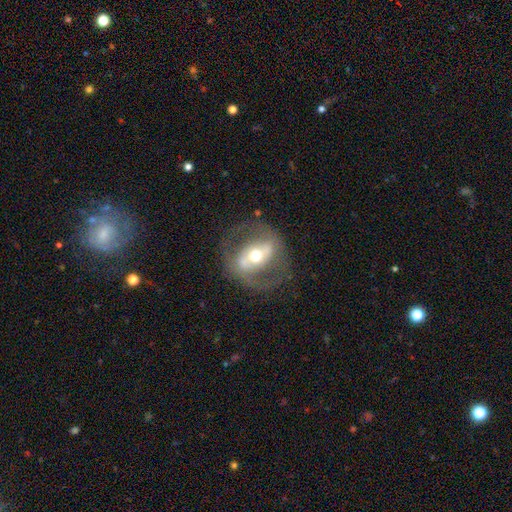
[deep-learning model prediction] Morphology: type=featured or disk (75%); edge-on=no (91%); bar=strong (49%); spiral arms=yes (59%); bulge=moderate (68%); merging=none (70%).